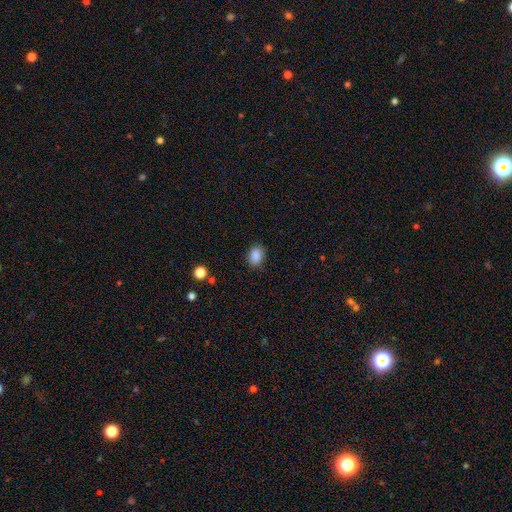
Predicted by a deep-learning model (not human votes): Morphology: type=smooth (88%); roundness=in between (73%); merging=none (82%).